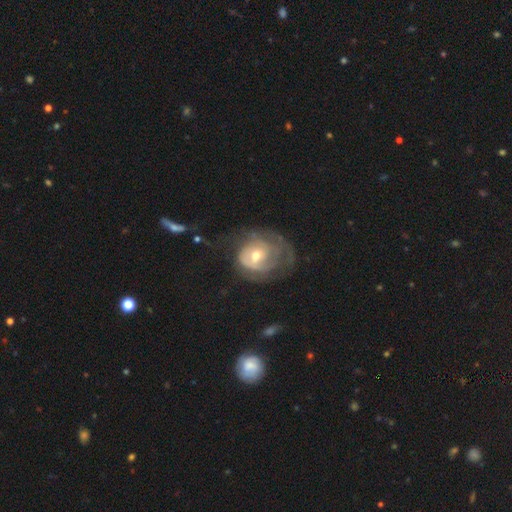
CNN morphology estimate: This appears to be a featured or disk galaxy (64%) with no bar (62%), spiral arms (66%) and a moderate central bulge (57%). Merging: major disturbance (38%).